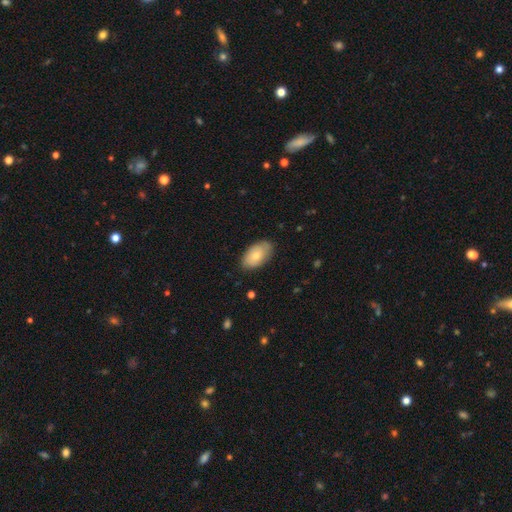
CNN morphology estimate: Smooth or featured? smooth (76%)
How rounded? in between (94%)
Merging? none (81%)